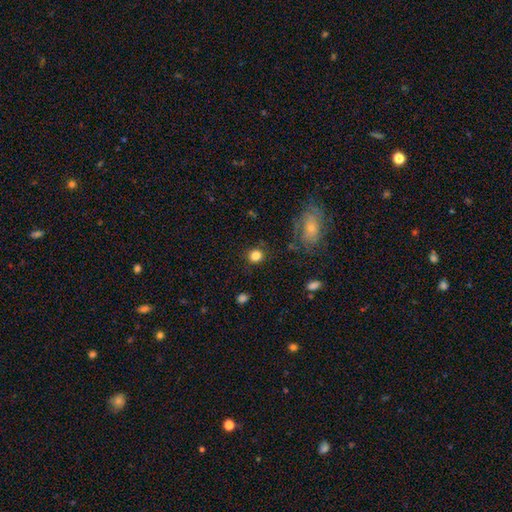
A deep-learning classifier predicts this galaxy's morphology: type=smooth (84%); roundness=round (90%); merging=none (87%).